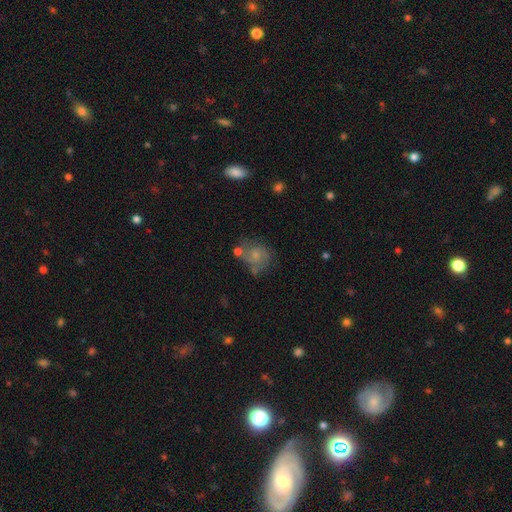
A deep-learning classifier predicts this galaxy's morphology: This appears to be a smooth galaxy with no disk features (52%) that is round (64%). Merging: none (43%).